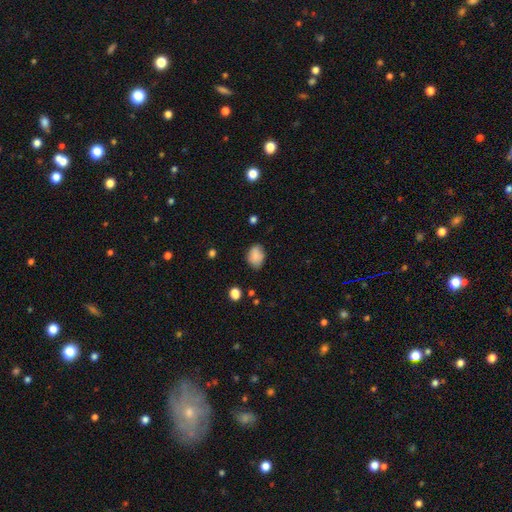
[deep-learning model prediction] This is clearly a smooth galaxy (85%). How rounded: likely in between (75%). Merging: likely none (75%).